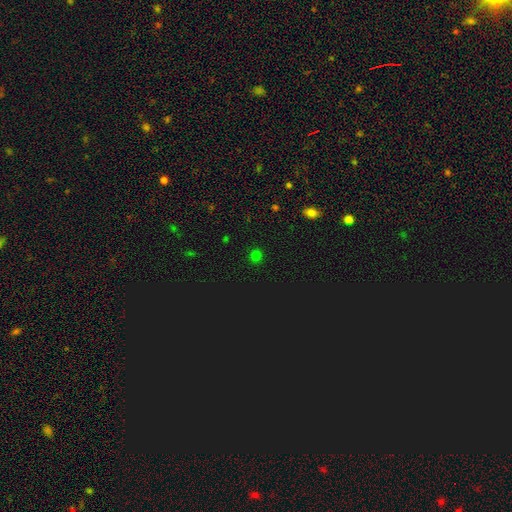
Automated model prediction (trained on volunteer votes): This is likely a smooth galaxy (71%). How rounded: clearly round (88%). Merging: clearly none (91%).